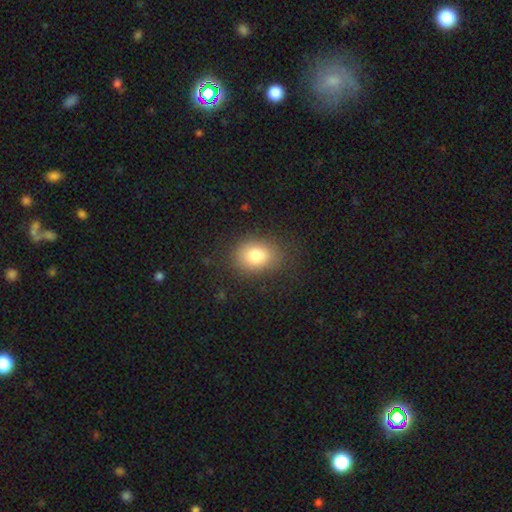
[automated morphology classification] Smooth or featured? smooth (79%)
How rounded? in between (61%)
Merging? none (79%)